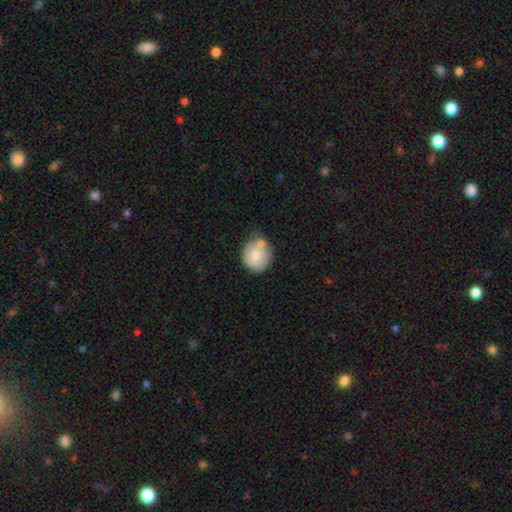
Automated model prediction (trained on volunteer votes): Smooth or featured: smooth — 74% (featured or disk — 19%)
How rounded: round — 83% (in between — 16%)
Merging: none — 52% (merger — 22%)